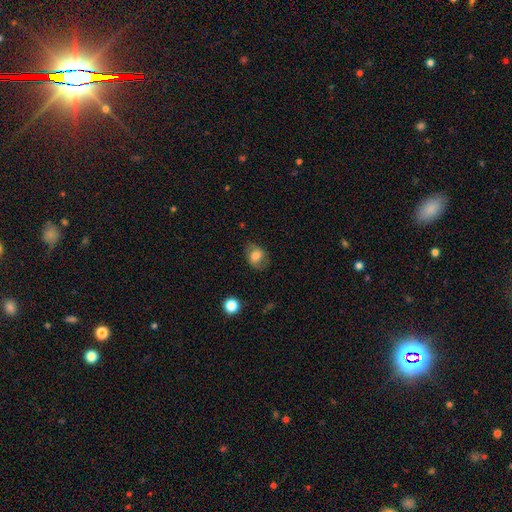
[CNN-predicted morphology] smooth_or_featured: smooth (p=0.69) [alt: featured or disk p=0.22]
how_rounded: in between (p=0.52) [alt: round p=0.47]
merging: none (p=0.73) [alt: minor disturbance p=0.19]